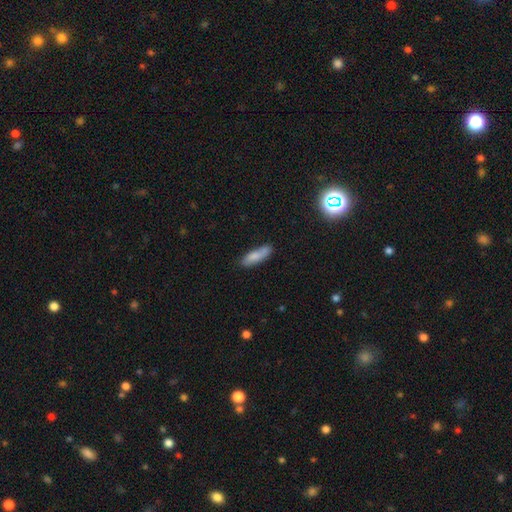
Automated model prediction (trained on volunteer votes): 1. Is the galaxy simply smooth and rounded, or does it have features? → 80% smooth, 13% featured or disk, 7% star or artifact.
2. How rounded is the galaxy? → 57% cigar-shaped, 42% in between, 2% round.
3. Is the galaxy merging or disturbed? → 78% none, 17% minor disturbance, 3% major disturbance, 2% merger.